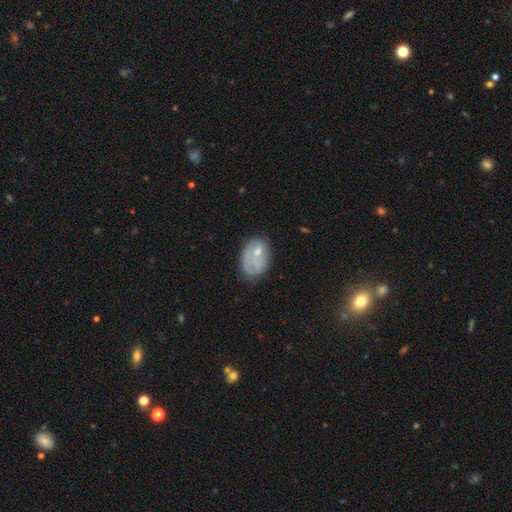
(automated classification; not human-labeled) This appears to be a smooth galaxy with no disk features (53%) that is in between round and cigar-shaped (82%). Merging: none (45%).